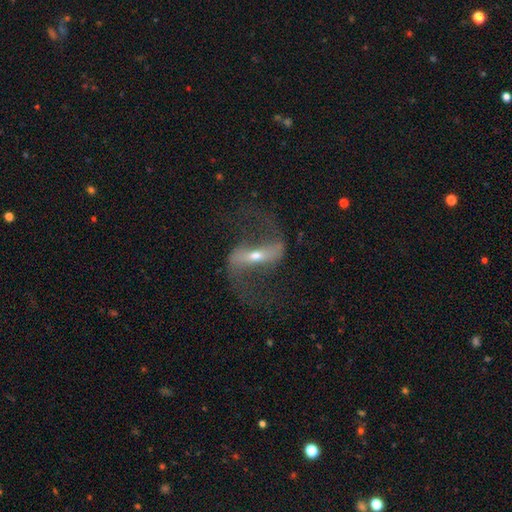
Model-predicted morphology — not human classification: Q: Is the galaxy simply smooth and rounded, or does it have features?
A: featured or disk — 89%.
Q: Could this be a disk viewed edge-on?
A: no — 91%.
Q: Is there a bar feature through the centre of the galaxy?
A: strong — 64%.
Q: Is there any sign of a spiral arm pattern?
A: yes — 95%.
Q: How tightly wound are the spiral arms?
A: loose — 80%.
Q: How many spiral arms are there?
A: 2 — 94%.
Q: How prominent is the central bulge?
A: moderate — 48%.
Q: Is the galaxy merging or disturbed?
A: none — 72%.